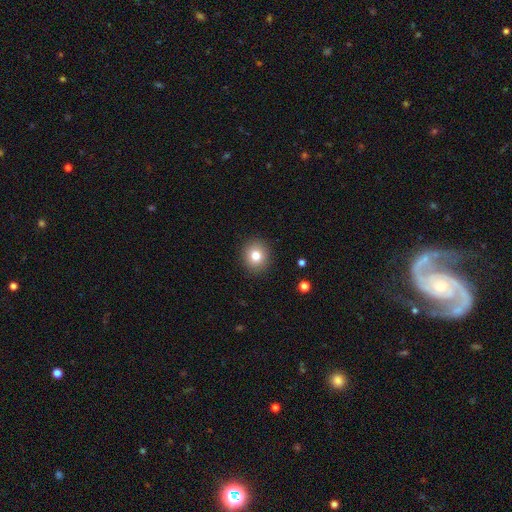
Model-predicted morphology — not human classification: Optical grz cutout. It shows a smooth galaxy with no disk features (79%) that is round (84%). Merging: none (91%).